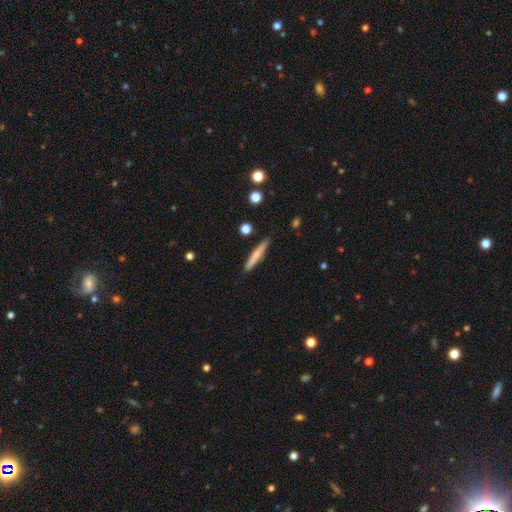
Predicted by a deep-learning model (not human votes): smooth-or-featured: smooth: 60% | featured or disk: 33% | star or artifact: 7%
  how-rounded: cigar-shaped: 92% | in between: 6% | round: 2%
  merging: none: 87% | minor disturbance: 9% | merger: 2% | major disturbance: 2%